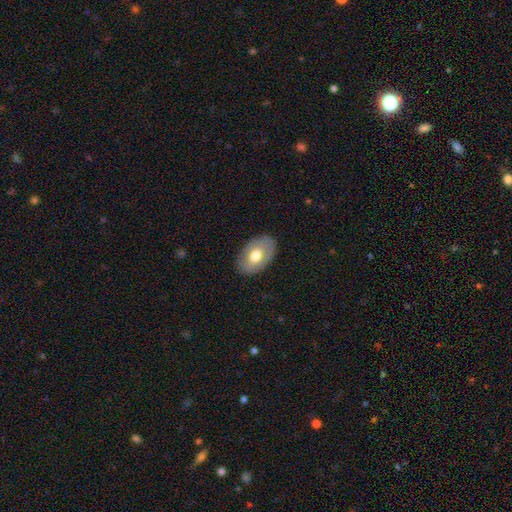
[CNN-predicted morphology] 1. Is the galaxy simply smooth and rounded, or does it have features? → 64% smooth, 30% featured or disk, 6% star or artifact.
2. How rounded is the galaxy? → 89% in between, 10% round, 1% cigar-shaped.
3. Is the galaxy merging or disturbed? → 85% none, 11% minor disturbance, 3% major disturbance, 1% merger.